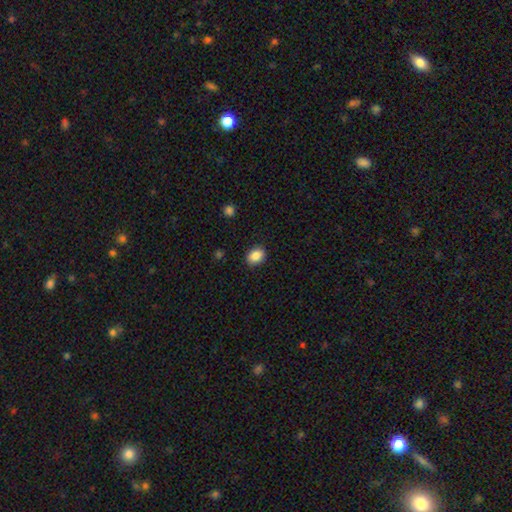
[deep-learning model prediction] Q: Smooth or featured?
A: smooth (87%); runner-up: star or artifact (9%)
Q: How rounded?
A: in between (57%); runner-up: round (42%)
Q: Merging?
A: none (89%); runner-up: minor disturbance (8%)